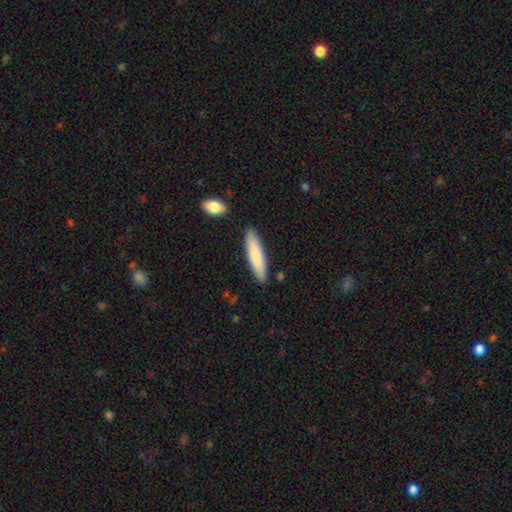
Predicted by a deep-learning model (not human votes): Smooth or featured? Predicted: smooth (p=0.77). How rounded? Predicted: cigar-shaped (p=0.77). Merging? Predicted: none (p=0.87).